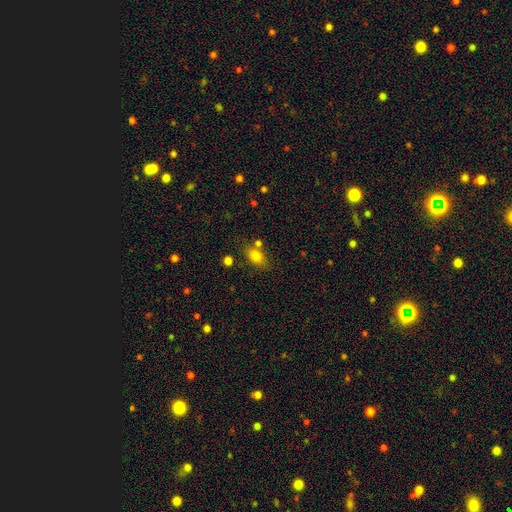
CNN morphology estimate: type=smooth (80%); roundness=in between (80%); merging=none (67%).